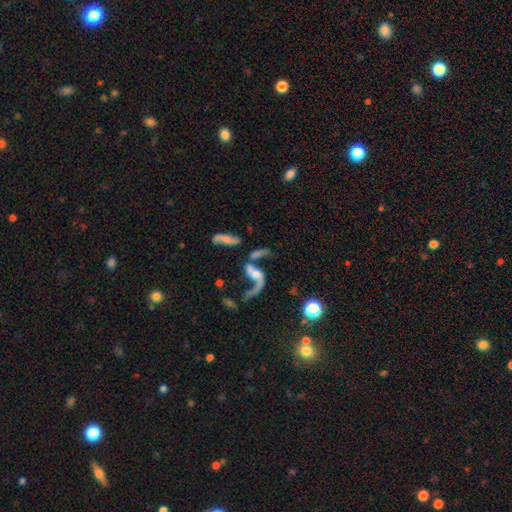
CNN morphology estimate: smooth_or_featured: featured or disk (p=0.74) [alt: star or artifact p=0.13]
disk_edge_on: no (p=0.90) [alt: yes p=0.10]
bar: no (p=0.57) [alt: weak p=0.30]
has_spiral_arms: yes (p=0.84) [alt: no p=0.16]
spiral_winding: loose (p=0.86) [alt: medium p=0.11]
spiral_arm_count: 2 (p=0.71) [alt: 1 p=0.22]
bulge_size: moderate (p=0.39) [alt: small p=0.35]
merging: merger (p=0.38) [alt: none p=0.31]